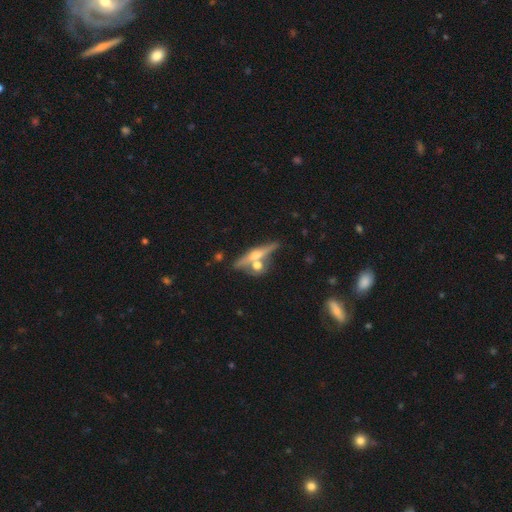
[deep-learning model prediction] Morphology: type=featured or disk (64%); edge-on=yes (93%); edge-on bulge=rounded (89%); merging=none (59%).